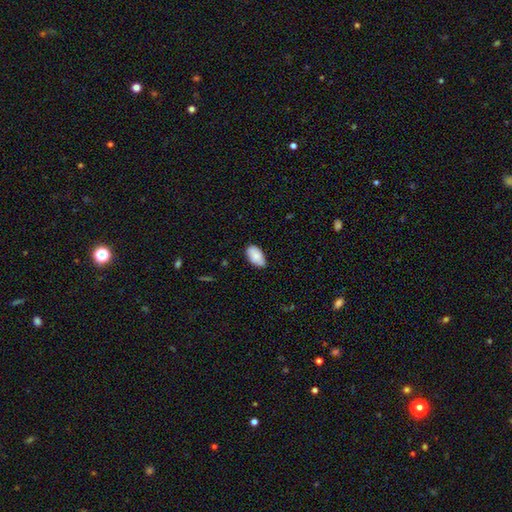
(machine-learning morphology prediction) A smooth galaxy with no disk features (83%) that is in between round and cigar-shaped (94%). Merging: none (73%).